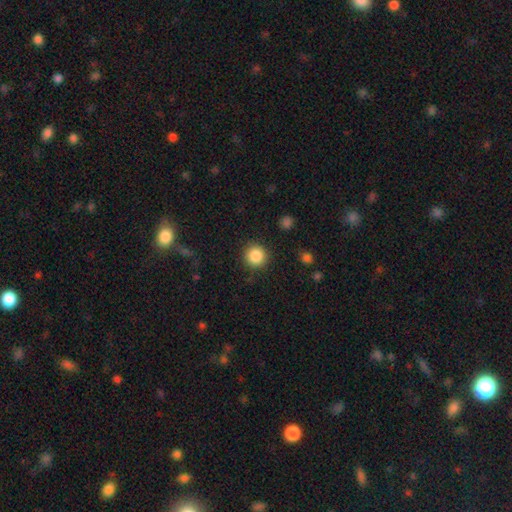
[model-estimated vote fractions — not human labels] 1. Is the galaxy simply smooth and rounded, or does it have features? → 87% smooth, 9% star or artifact, 4% featured or disk.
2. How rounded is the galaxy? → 94% round, 5% in between, 1% cigar-shaped.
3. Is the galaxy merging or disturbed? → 90% none, 7% minor disturbance, 3% major disturbance, 1% merger.